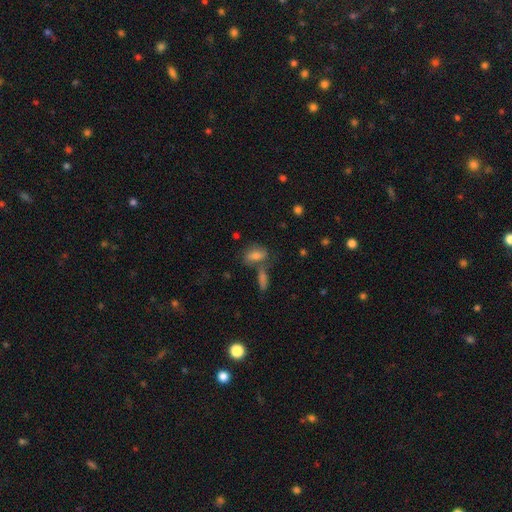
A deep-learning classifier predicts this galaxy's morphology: Smooth or featured? smooth (72%)
How rounded? in between (83%)
Merging? none (50%)